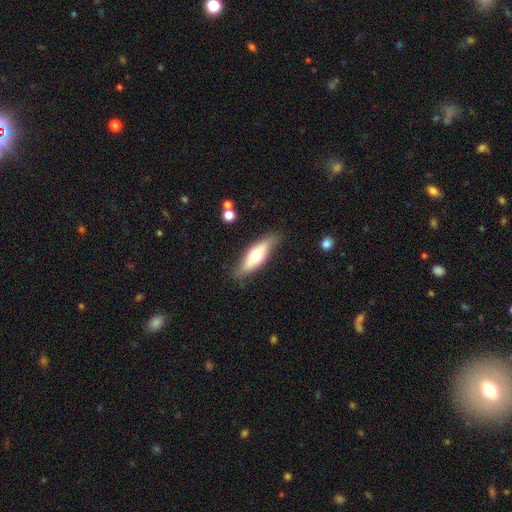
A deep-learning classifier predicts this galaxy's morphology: smooth-or-featured: smooth: 59% | featured or disk: 35% | star or artifact: 6%
  how-rounded: in between: 54% | cigar-shaped: 44% | round: 2%
  merging: none: 80% | minor disturbance: 15% | major disturbance: 3% | merger: 2%